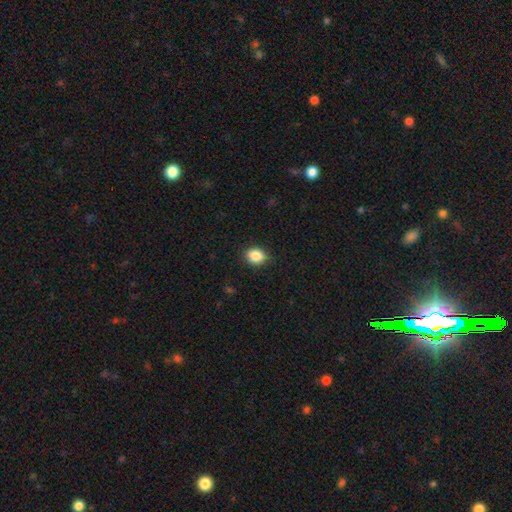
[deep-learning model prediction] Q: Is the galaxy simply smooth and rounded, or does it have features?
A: smooth — 87%.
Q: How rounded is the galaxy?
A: in between — 54%.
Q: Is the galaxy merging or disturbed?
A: none — 87%.